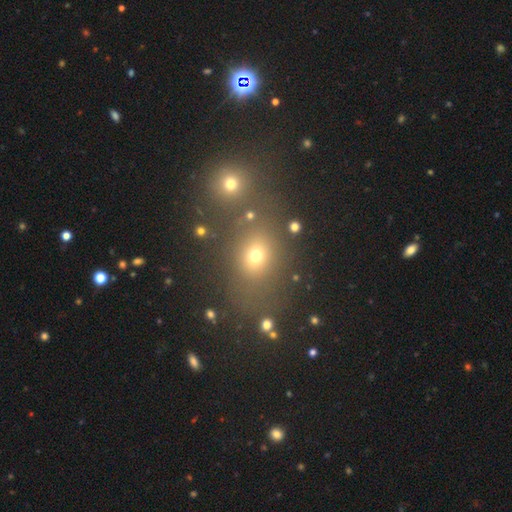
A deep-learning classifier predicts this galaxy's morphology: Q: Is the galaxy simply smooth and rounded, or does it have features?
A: smooth — 66%.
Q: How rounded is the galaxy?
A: round — 50%.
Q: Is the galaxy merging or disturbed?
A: none — 64%.